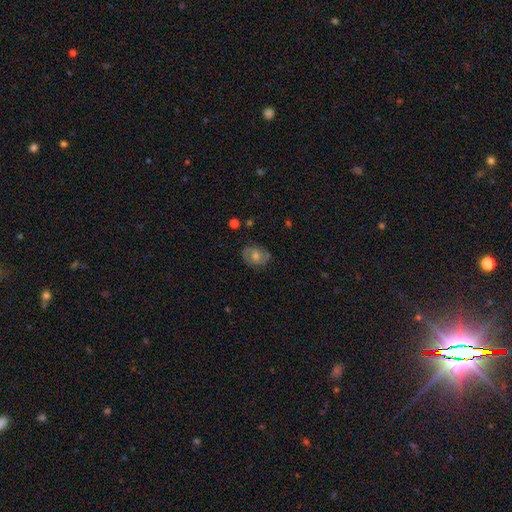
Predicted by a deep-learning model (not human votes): A featured or disk galaxy (61%) with no bar (63%), spiral arms (81%) and a moderate central bulge (64%).

Vote fractions:
- Smooth or featured? featured or disk: 61% / smooth: 29% / star or artifact: 10%
- Edge-on disk? no: 97% / yes: 3%
- Bar? no: 63% / weak: 31% / strong: 6%
- Spiral arms? yes: 81% / no: 19%
- Bulge size? moderate: 64% / small: 25% / large: 8% / none: 3% / dominant: 1%
- Merging? none: 81% / minor disturbance: 14% / major disturbance: 4% / merger: 1%